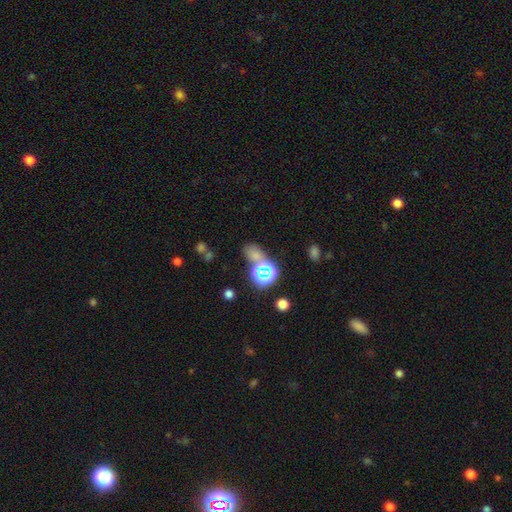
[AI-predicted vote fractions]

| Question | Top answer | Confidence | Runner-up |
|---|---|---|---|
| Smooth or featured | smooth | 52% | star or artifact (39%) |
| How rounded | in between | 50% | round (47%) |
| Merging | none | 51% | merger (27%) |